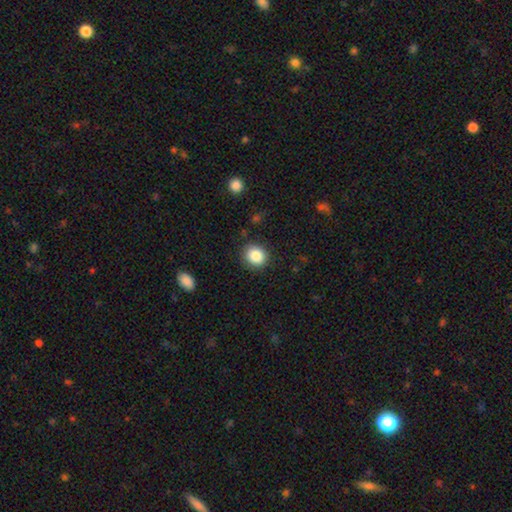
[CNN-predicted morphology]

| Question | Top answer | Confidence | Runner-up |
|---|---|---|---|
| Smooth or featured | smooth | 86% | star or artifact (9%) |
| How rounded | round | 81% | in between (18%) |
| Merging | none | 87% | minor disturbance (9%) |